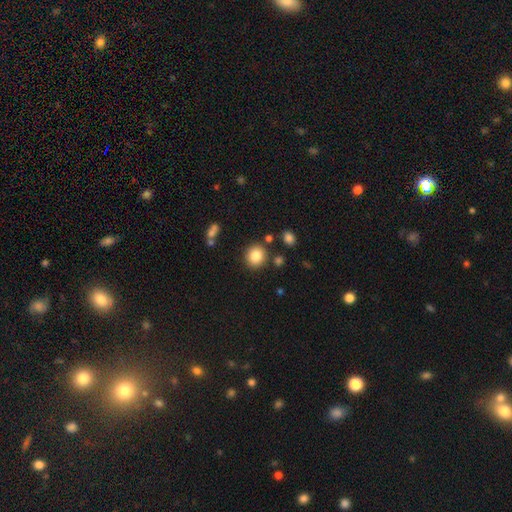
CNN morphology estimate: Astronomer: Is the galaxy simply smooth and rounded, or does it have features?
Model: smooth — 84%.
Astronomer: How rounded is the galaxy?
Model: round — 84%.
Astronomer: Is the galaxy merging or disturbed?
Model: none — 84%.